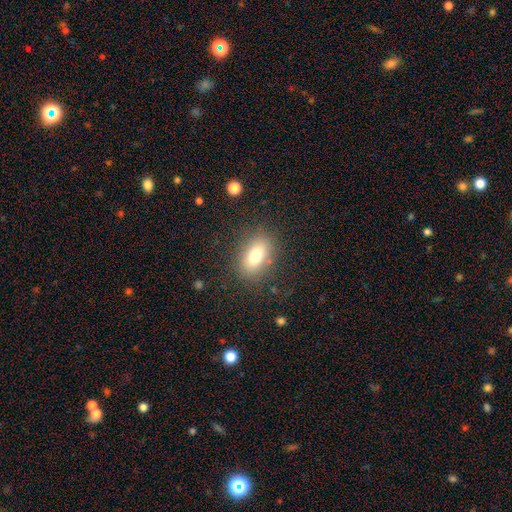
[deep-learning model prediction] Morphology: type=smooth (75%); roundness=in between (83%); merging=none (81%).